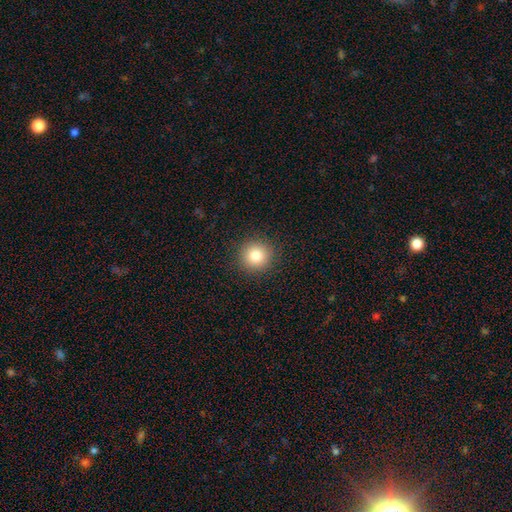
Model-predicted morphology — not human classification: A smooth galaxy with no disk features (83%) that is round (94%). Merging: none (90%).